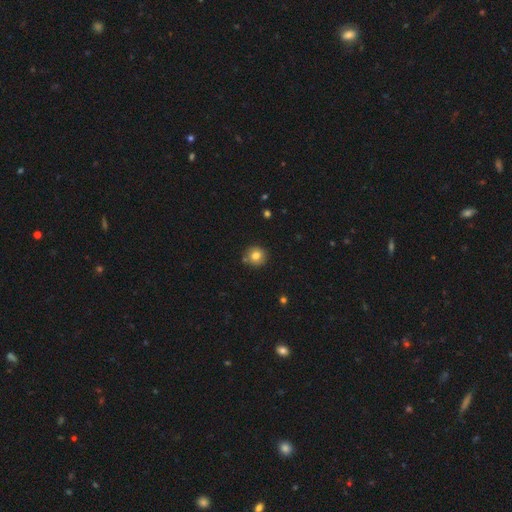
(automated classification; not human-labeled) The model was most divided on "smooth or featured": smooth: 81%, star or artifact: 11%, featured or disk: 8%. More confident: how rounded — round (93%); merging — none (84%).